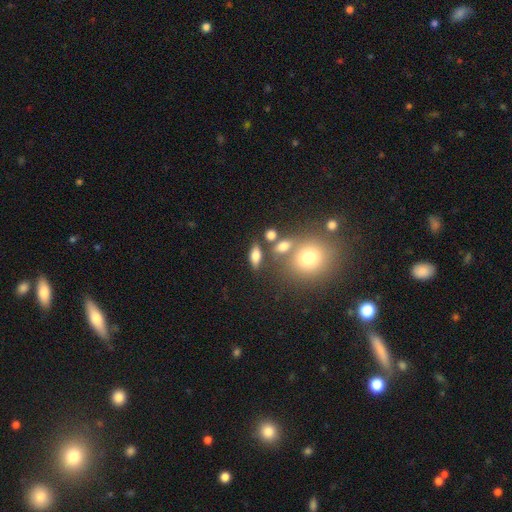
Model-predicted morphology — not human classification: A smooth galaxy with no disk features (69%) that is in between round and cigar-shaped (69%). Merging: none (70%).